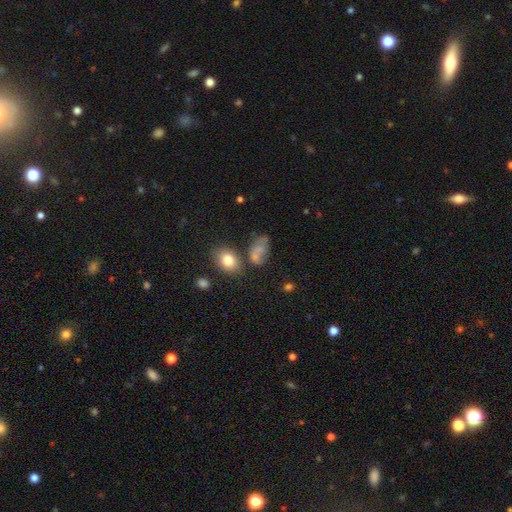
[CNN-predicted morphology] smooth 61%, featured or disk 20%, star or artifact 19%. Down the decision tree: how rounded — in between (73%); merging — none (50%).